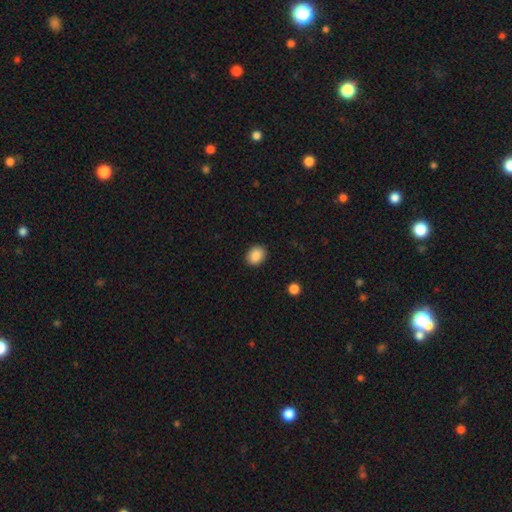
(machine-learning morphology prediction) A smooth galaxy with no disk features (89%) that is in between round and cigar-shaped (59%).

Vote fractions:
- Smooth or featured? smooth: 89% / star or artifact: 8% / featured or disk: 3%
- How rounded? in between: 59% / round: 40% / cigar-shaped: 1%
- Merging? none: 89% / minor disturbance: 7% / major disturbance: 2% / merger: 1%